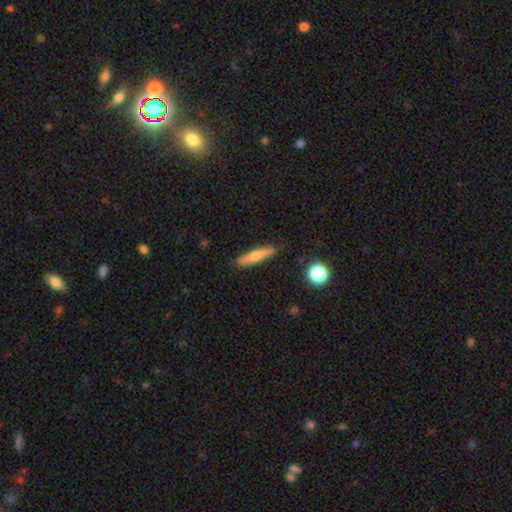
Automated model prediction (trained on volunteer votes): A smooth galaxy with no disk features (54%) that is cigar-shaped (88%). Merging: none (89%).